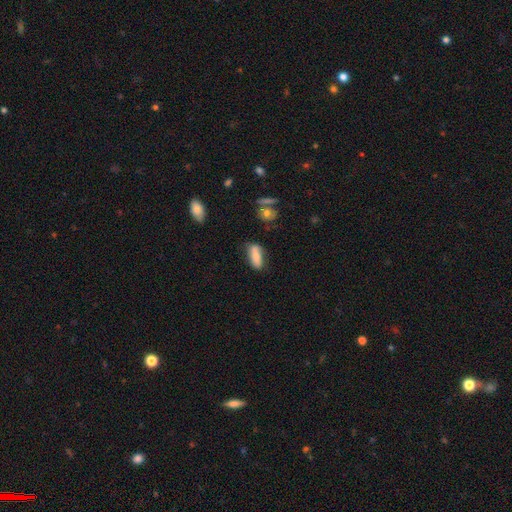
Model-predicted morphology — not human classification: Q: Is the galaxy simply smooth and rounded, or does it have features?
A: smooth — 71%.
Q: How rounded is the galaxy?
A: in between — 75%.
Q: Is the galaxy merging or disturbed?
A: none — 64%.